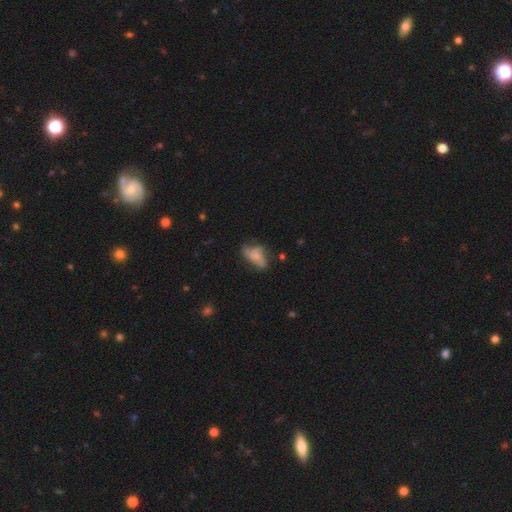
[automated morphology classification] Smooth or featured?
  - featured or disk: 54% *
  - smooth: 35%
  - star or artifact: 11%
Edge-on disk?
  - no: 95% *
  - yes: 5%
Bar?
  - no: 74% *
  - weak: 21%
  - strong: 5%
Spiral arms?
  - yes: 66% *
  - no: 34%
Bulge size?
  - small: 43% *
  - none: 29%
  - moderate: 22%
  - large: 5%
  - dominant: 2%
Merging?
  - none: 45% *
  - major disturbance: 26%
  - minor disturbance: 24%
  - merger: 5%